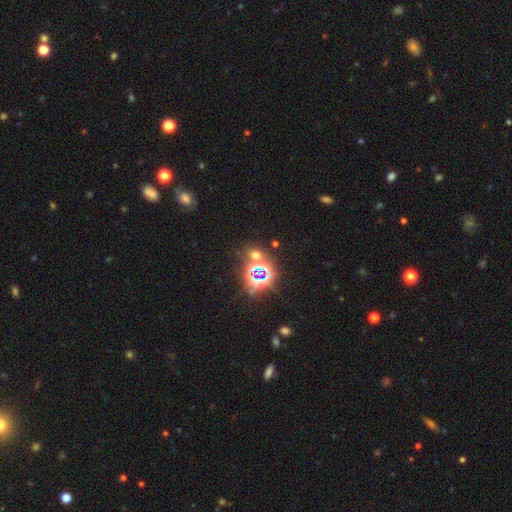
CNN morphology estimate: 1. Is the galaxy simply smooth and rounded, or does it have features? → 63% star or artifact, 29% smooth, 8% featured or disk.